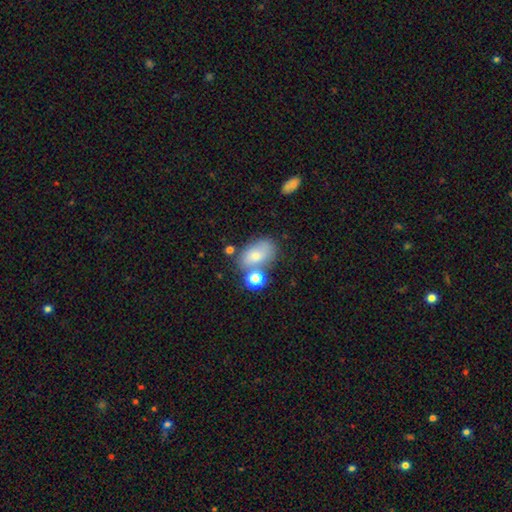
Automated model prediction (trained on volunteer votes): Q: Smooth or featured?
A: smooth (71%); runner-up: featured or disk (18%)
Q: How rounded?
A: in between (84%); runner-up: round (15%)
Q: Merging?
A: none (51%); runner-up: merger (21%)